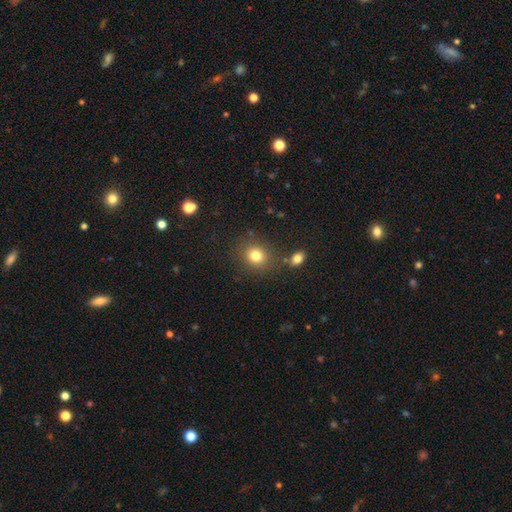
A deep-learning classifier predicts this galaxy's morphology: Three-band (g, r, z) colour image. It shows a smooth galaxy with no disk features (79%) that is round (76%). Merging: none (80%).